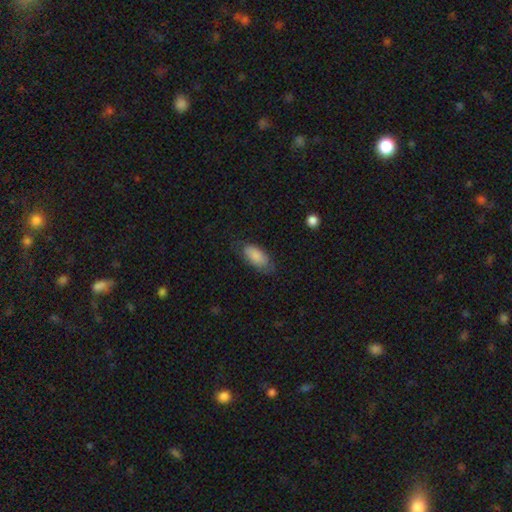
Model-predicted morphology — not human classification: Smooth or featured? smooth (86%)
How rounded? in between (89%)
Merging? none (72%)